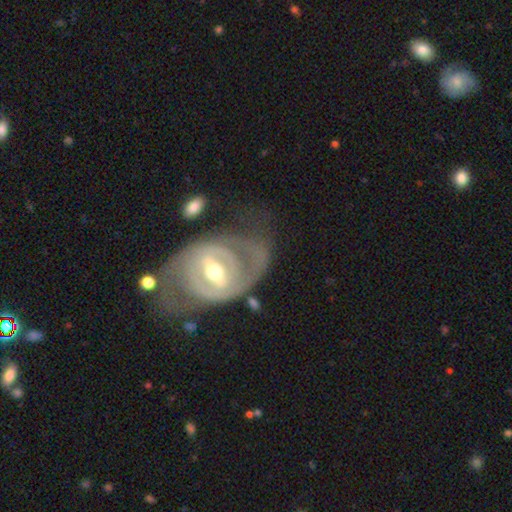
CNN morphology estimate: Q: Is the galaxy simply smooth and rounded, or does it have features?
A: featured or disk — 86%.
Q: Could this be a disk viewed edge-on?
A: no — 96%.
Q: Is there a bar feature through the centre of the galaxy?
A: strong — 43%.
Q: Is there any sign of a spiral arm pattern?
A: yes — 84%.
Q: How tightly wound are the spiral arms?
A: tight — 52%.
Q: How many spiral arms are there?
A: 2 — 68%.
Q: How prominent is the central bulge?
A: moderate — 69%.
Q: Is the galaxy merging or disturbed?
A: none — 55%.